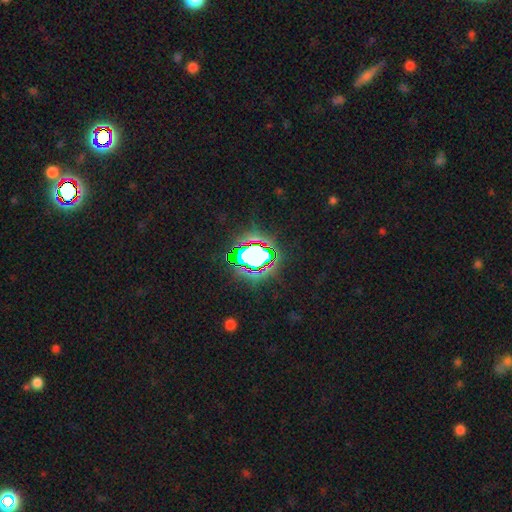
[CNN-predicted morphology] smooth_or_featured: star or artifact (p=0.64) [alt: smooth p=0.22]